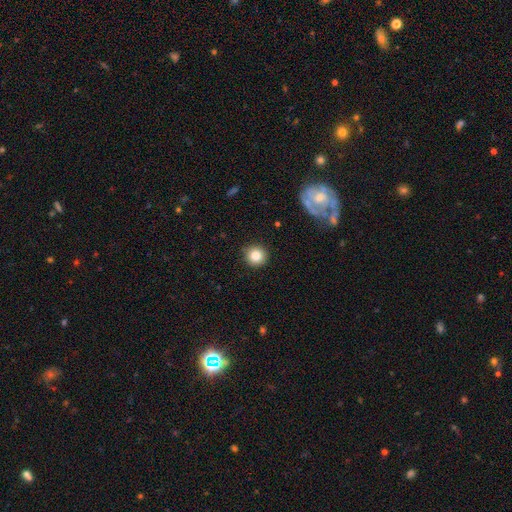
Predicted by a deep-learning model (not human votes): Smooth or featured: smooth — 83% (star or artifact — 10%)
How rounded: round — 95% (in between — 4%)
Merging: none — 90% (minor disturbance — 7%)